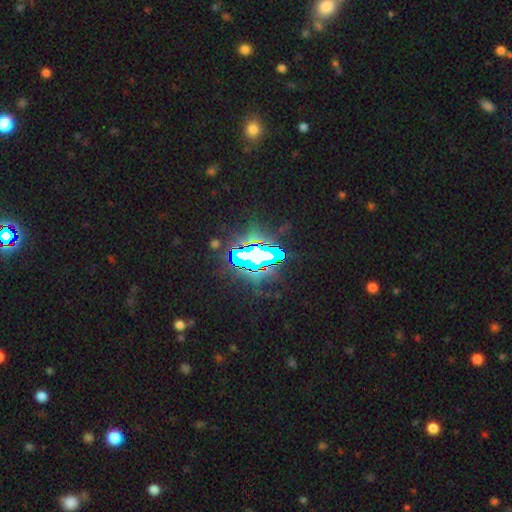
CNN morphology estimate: star or artifact 73%, featured or disk 14%, smooth 13%.